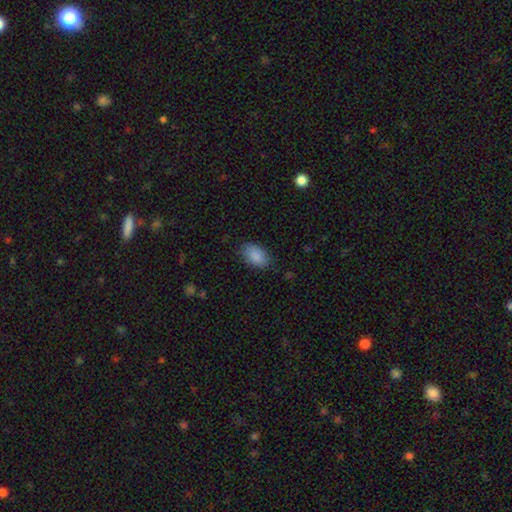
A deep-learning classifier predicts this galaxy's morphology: smooth-or-featured: smooth: 89% | star or artifact: 7% | featured or disk: 4%
  how-rounded: in between: 91% | round: 7% | cigar-shaped: 2%
  merging: none: 80% | minor disturbance: 16% | major disturbance: 4% | merger: 1%